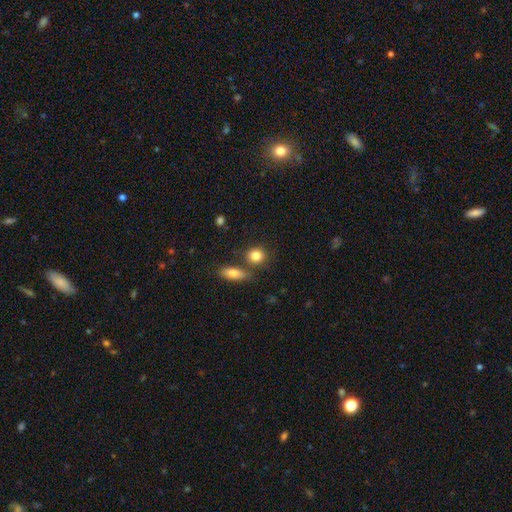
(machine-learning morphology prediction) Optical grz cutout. It shows a smooth galaxy with no disk features (83%) that is round (73%). Merging: none (70%).